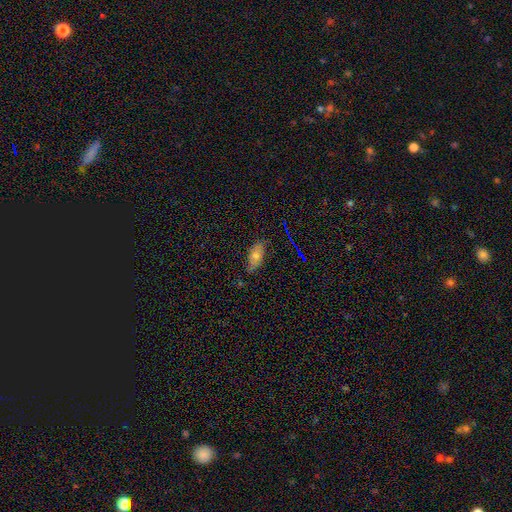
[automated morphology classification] Overall: smooth (60%; featured or disk 26%). How rounded: in between (83%). Merging: none (73%).